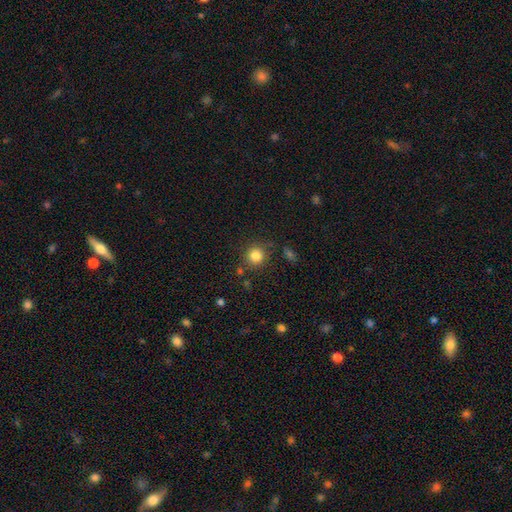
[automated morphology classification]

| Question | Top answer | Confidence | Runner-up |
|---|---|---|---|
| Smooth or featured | smooth | 83% | star or artifact (11%) |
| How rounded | round | 92% | in between (7%) |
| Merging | none | 82% | minor disturbance (9%) |